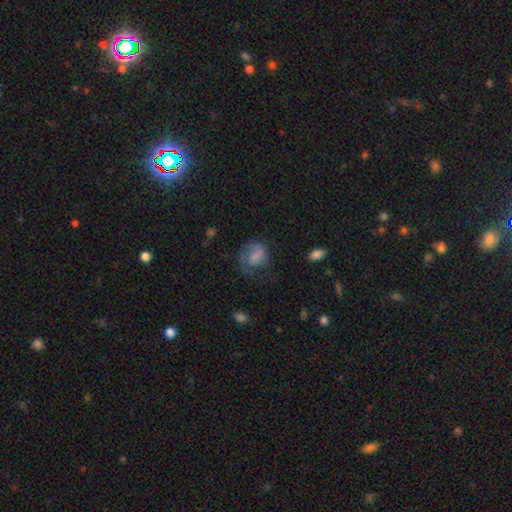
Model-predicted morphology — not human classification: A smooth galaxy with no disk features (69%) that is in between round and cigar-shaped (50%).

Vote fractions:
- Smooth or featured? smooth: 69% / featured or disk: 20% / star or artifact: 10%
- How rounded? in between: 50% / round: 49% / cigar-shaped: 1%
- Merging? none: 41% / major disturbance: 31% / minor disturbance: 26% / merger: 2%